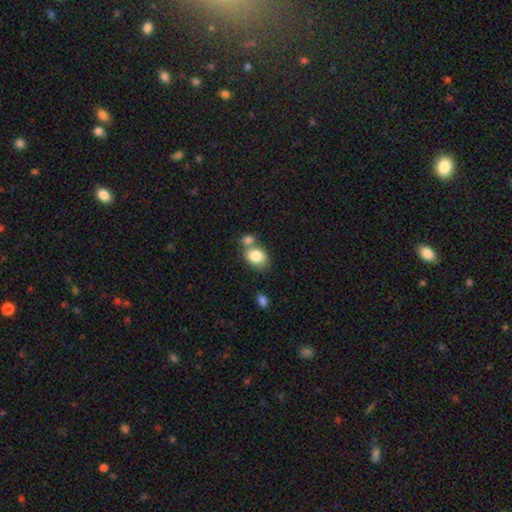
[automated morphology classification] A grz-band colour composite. It shows a smooth galaxy with no disk features (83%) that is in between round and cigar-shaped (64%). Merging: none (42%).